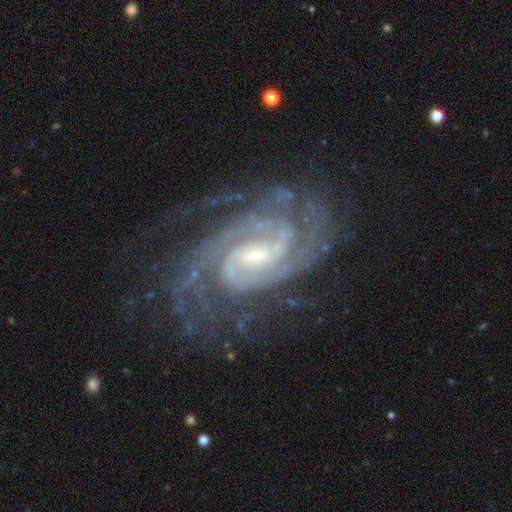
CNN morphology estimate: Overall: featured or disk (93%). Edge-on disk: no (97%). Bar: weak (51%; no 25%). Spiral arms: yes (99%). Spiral arm count: 2 (43%; 3 20%). Spiral winding: tight (61%; medium 34%). Bulge size: small (62%; moderate 31%). Merging: none (69%).